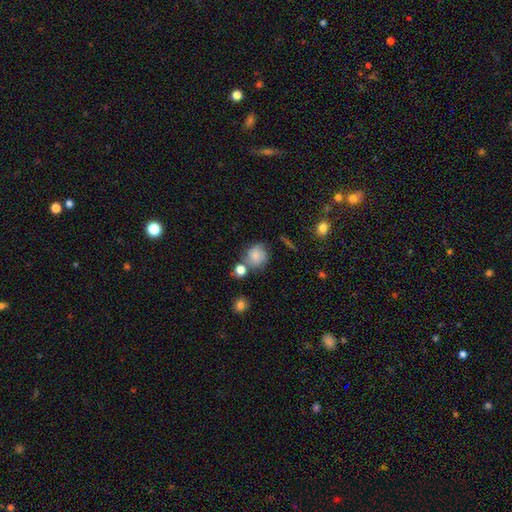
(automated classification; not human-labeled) This appears to be a smooth galaxy with no disk features (67%) that is round (76%). Merging: none (54%).